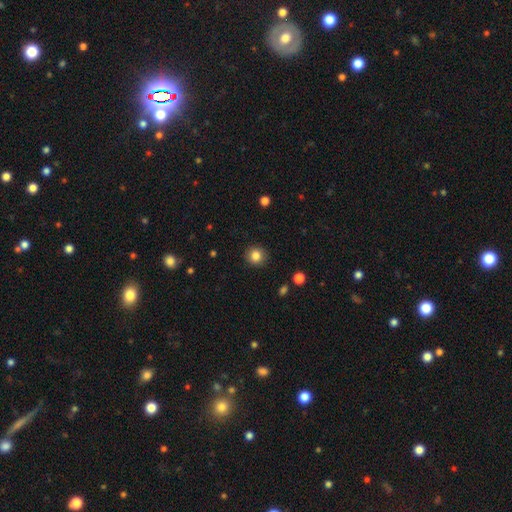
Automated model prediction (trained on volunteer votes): A smooth galaxy with no disk features (84%) that is round (89%). Merging: none (90%).